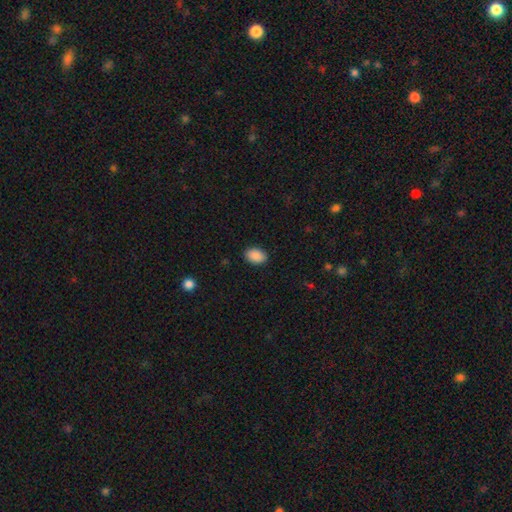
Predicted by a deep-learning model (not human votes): The model was most divided on "how rounded": in between: 86%, round: 13%, cigar-shaped: 1%. More confident: smooth or featured — smooth (90%); merging — none (89%).